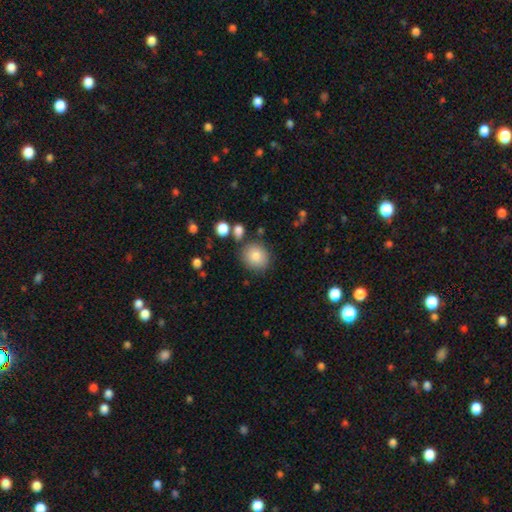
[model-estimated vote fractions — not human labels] A smooth galaxy with no disk features (83%) that is round (83%).

Vote fractions:
- Smooth or featured? smooth: 83% / star or artifact: 9% / featured or disk: 8%
- How rounded? round: 83% / in between: 16% / cigar-shaped: 1%
- Merging? none: 82% / minor disturbance: 10% / merger: 5% / major disturbance: 3%